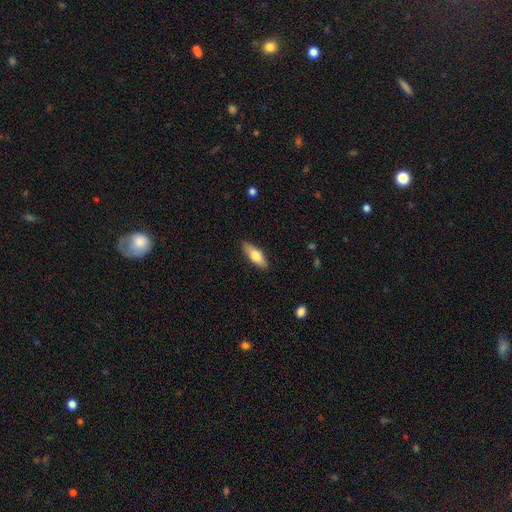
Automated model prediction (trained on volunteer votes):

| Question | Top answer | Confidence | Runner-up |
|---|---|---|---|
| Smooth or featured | smooth | 69% | featured or disk (25%) |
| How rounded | in between | 63% | cigar-shaped (35%) |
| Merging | none | 87% | minor disturbance (10%) |